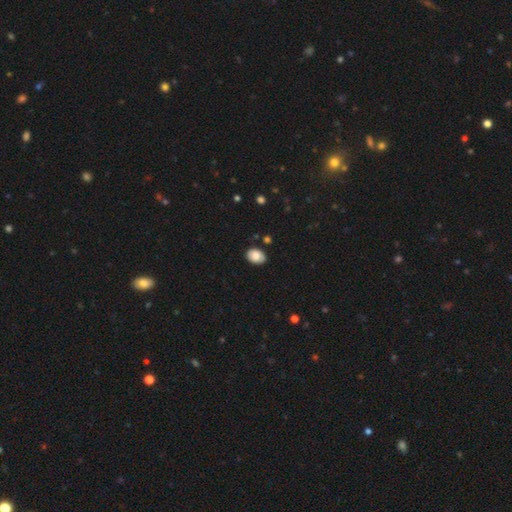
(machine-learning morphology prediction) smooth 80%, featured or disk 12%, star or artifact 8%. Down the decision tree: how rounded — in between (74%); merging — none (82%).